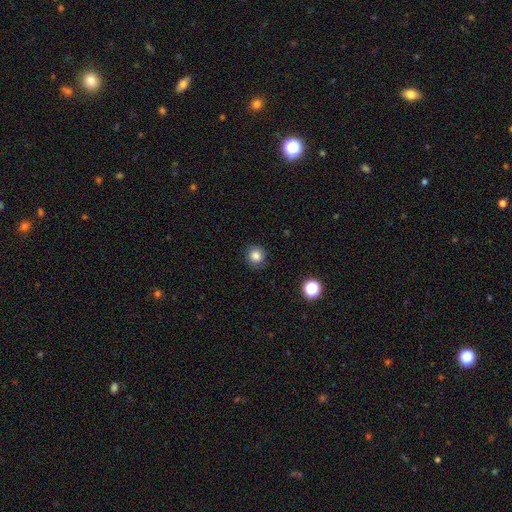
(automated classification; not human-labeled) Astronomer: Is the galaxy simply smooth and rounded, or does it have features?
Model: smooth — 83%.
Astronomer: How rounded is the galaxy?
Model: round — 91%.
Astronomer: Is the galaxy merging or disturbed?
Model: none — 89%.